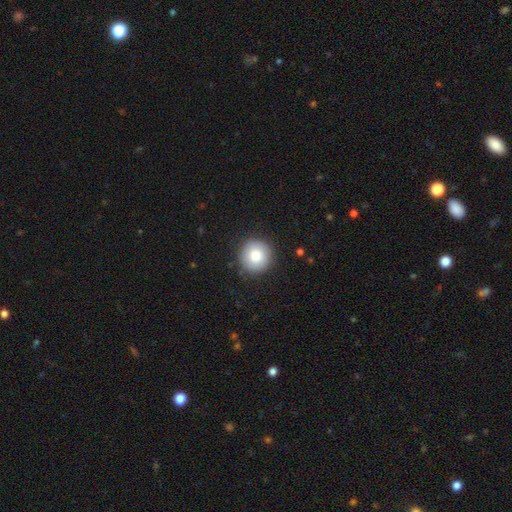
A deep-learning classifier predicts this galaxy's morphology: smooth 82%, featured or disk 10%, star or artifact 8%. Down the decision tree: how rounded — round (95%); merging — none (89%).